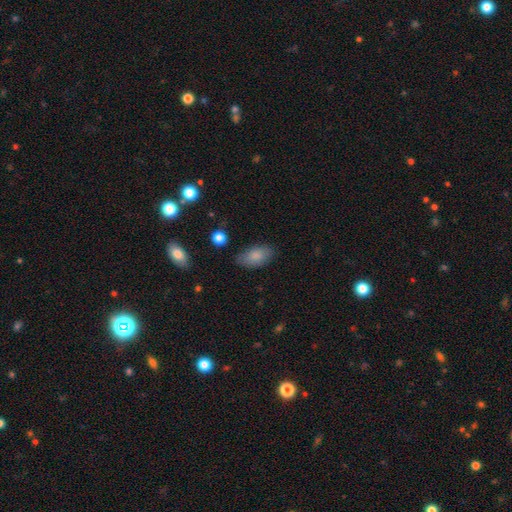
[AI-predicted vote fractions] The model was most divided on "merging": none: 79%, minor disturbance: 15%, major disturbance: 4%, merger: 2%. More confident: how rounded — in between (93%); smooth or featured — smooth (84%).